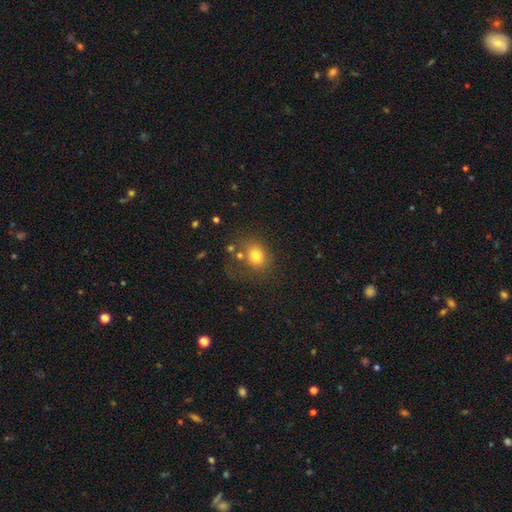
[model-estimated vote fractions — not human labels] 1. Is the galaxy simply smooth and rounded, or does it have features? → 78% smooth, 12% star or artifact, 10% featured or disk.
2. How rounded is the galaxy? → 63% round, 36% in between, 1% cigar-shaped.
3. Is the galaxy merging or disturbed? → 63% none, 17% minor disturbance, 10% merger, 10% major disturbance.